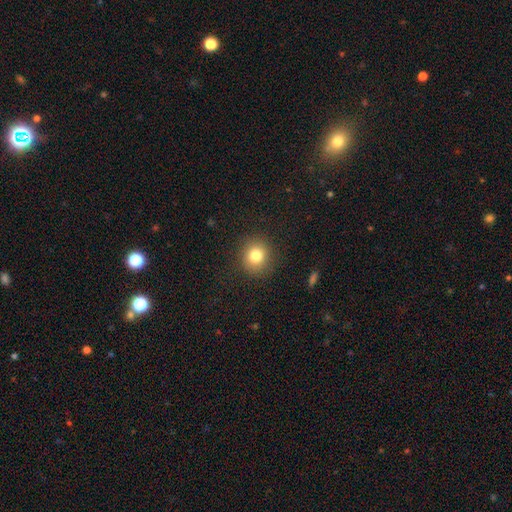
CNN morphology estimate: smooth-or-featured: smooth: 81% | star or artifact: 11% | featured or disk: 8%
  how-rounded: round: 87% | in between: 12% | cigar-shaped: 1%
  merging: none: 88% | minor disturbance: 8% | major disturbance: 3% | merger: 1%